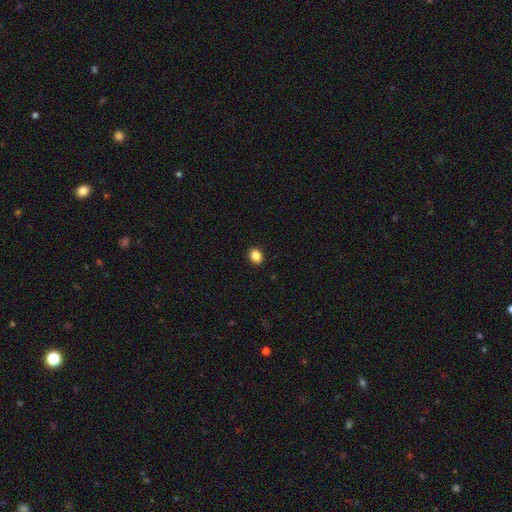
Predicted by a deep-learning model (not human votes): The model was most divided on "how rounded": in between: 52%, round: 47%, cigar-shaped: 1%. More confident: merging — none (91%); smooth or featured — smooth (87%).